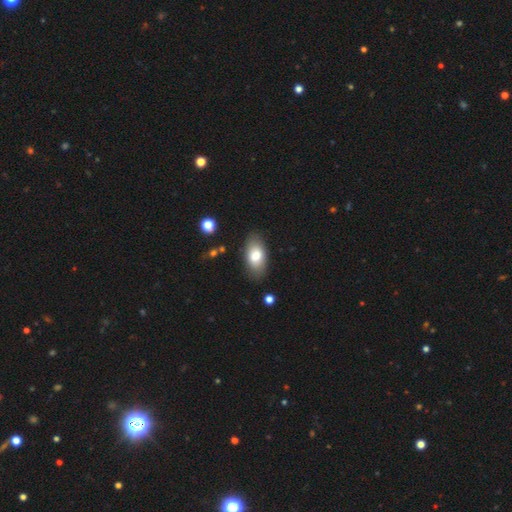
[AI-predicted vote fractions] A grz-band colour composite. It shows a smooth galaxy with no disk features (78%) that is in between round and cigar-shaped (92%). Merging: none (84%).